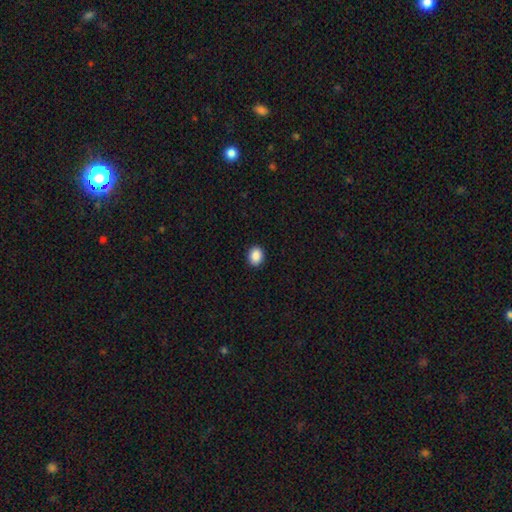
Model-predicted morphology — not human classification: Q: Smooth or featured?
A: smooth (89%); runner-up: star or artifact (8%)
Q: How rounded?
A: round (52%); runner-up: in between (47%)
Q: Merging?
A: none (91%); runner-up: minor disturbance (7%)